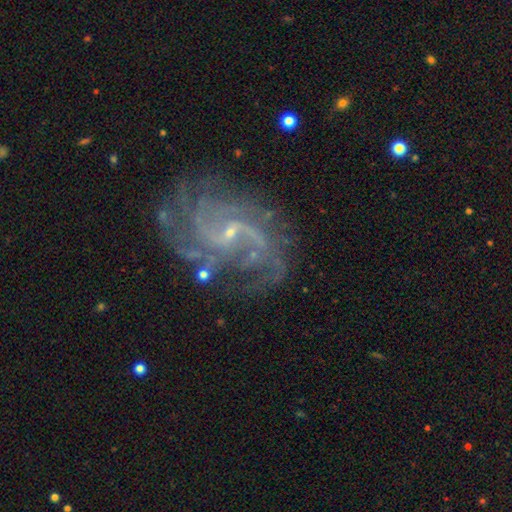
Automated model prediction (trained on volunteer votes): Overall: featured or disk (90%). Edge-on disk: no (98%). Bar: weak (49%; no 37%). Spiral arms: yes (97%). Spiral arm count: 2 (30%; can't tell 19%). Spiral winding: medium (49%; loose 26%). Bulge size: small (85%). Merging: none (66%).